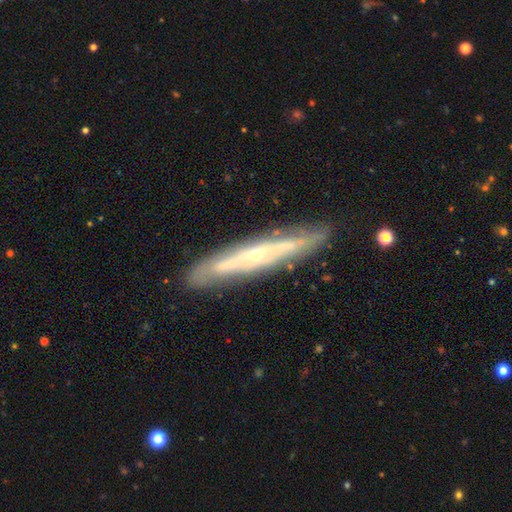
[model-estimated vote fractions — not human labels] Morphology: type=featured or disk (75%); edge-on=yes (70%); edge-on bulge=rounded (67%); merging=none (84%).